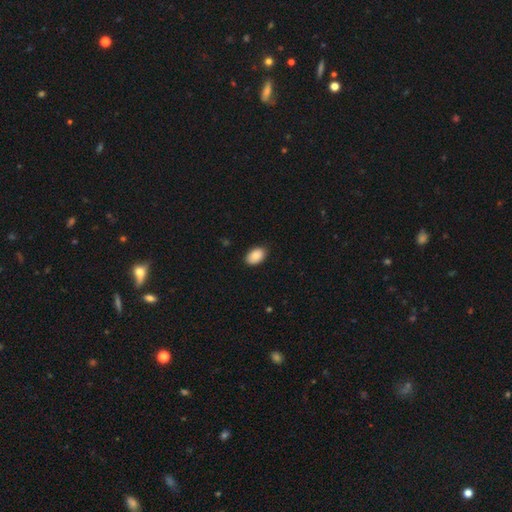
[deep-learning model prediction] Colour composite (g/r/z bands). It shows a smooth galaxy with no disk features (87%) that is in between round and cigar-shaped (91%). Merging: none (86%).